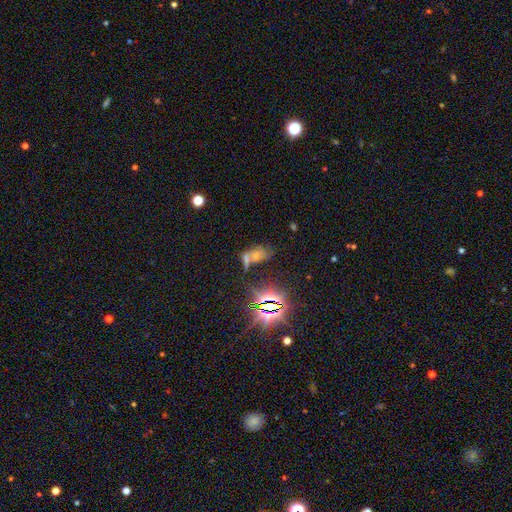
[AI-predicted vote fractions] Morphology: type=smooth (38%, tied with star or artifact); merging=merger (45%).